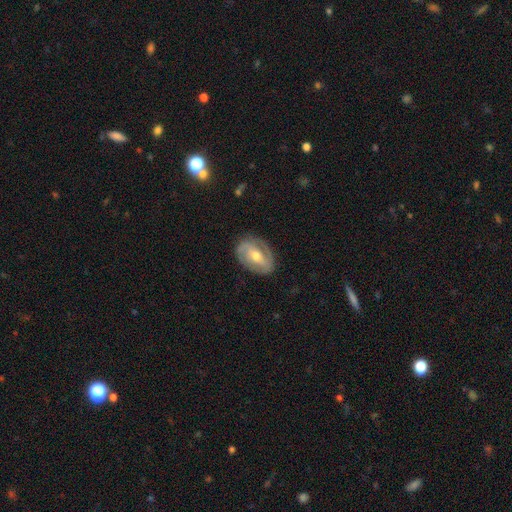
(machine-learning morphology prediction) A featured or disk galaxy (74%) with a weak bar (40%), 2 (75%) tight (47%) spiral arms (85%) and a moderate central bulge (64%). Merging: none (79%).